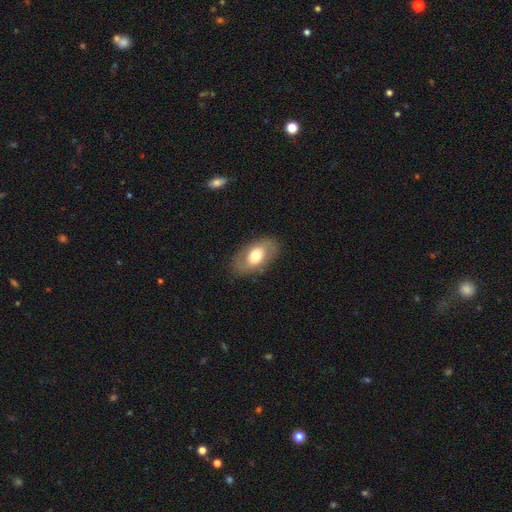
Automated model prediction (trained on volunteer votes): A smooth galaxy with no disk features (58%) that is in between round and cigar-shaped (90%).

Vote fractions:
- Smooth or featured? smooth: 58% / featured or disk: 35% / star or artifact: 7%
- How rounded? in between: 90% / round: 8% / cigar-shaped: 2%
- Merging? none: 81% / minor disturbance: 13% / major disturbance: 5% / merger: 1%